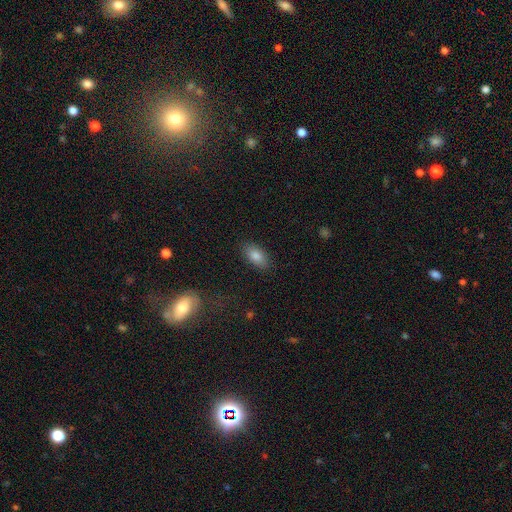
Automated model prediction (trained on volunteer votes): smooth-or-featured: smooth: 82% | featured or disk: 9% | star or artifact: 8%
  how-rounded: in between: 91% | round: 5% | cigar-shaped: 5%
  merging: none: 86% | minor disturbance: 10% | major disturbance: 3% | merger: 1%